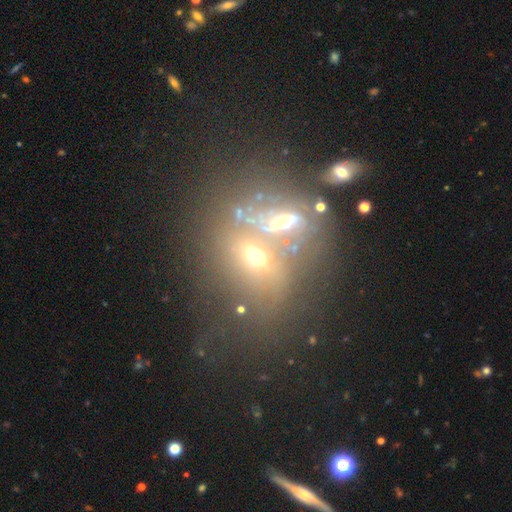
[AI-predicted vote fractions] A smooth galaxy with no disk features (46%).

Vote fractions:
- Smooth or featured? smooth: 46% / featured or disk: 35% / star or artifact: 19%
- Merging? merger: 48% / none: 30% / minor disturbance: 11% / major disturbance: 11%